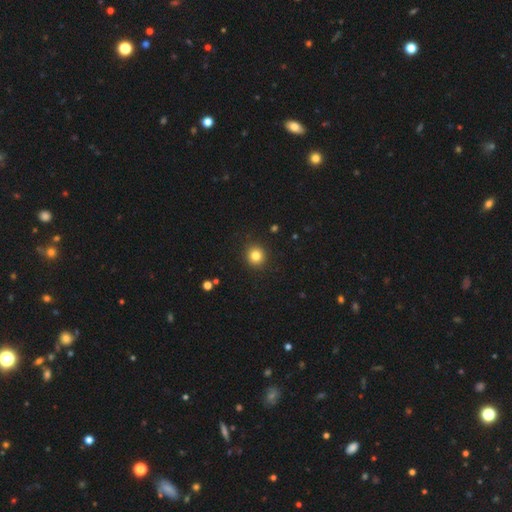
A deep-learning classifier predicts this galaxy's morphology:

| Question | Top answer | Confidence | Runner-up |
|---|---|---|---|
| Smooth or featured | smooth | 83% | star or artifact (11%) |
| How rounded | round | 92% | in between (7%) |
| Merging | none | 92% | minor disturbance (5%) |